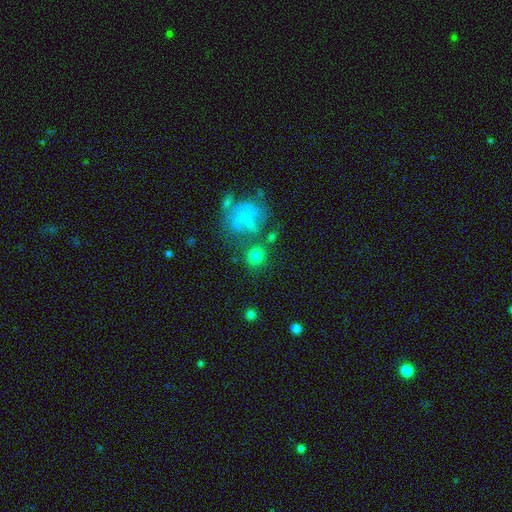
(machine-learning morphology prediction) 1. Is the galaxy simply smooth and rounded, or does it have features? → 75% smooth, 15% featured or disk, 10% star or artifact.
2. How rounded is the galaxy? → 82% round, 17% in between, 1% cigar-shaped.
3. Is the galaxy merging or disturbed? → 68% none, 12% merger, 12% minor disturbance, 8% major disturbance.